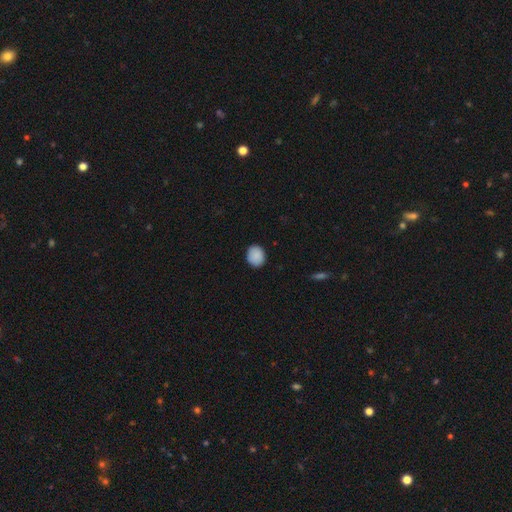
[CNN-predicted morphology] smooth_or_featured: smooth (p=0.89) [alt: star or artifact p=0.07]
how_rounded: round (p=0.67) [alt: in between p=0.33]
merging: none (p=0.88) [alt: minor disturbance p=0.09]